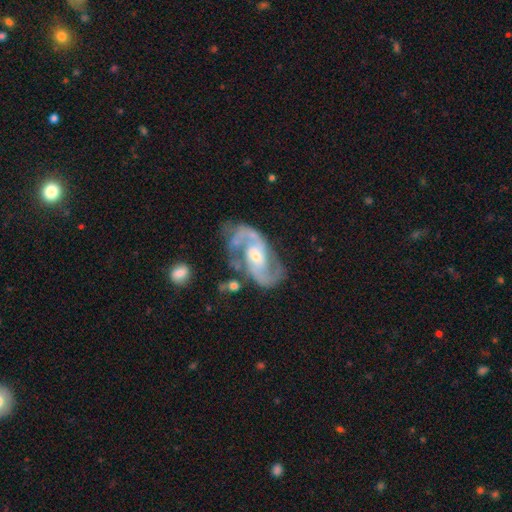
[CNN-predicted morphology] A featured or disk galaxy (91%) with a weak bar (40%), 2 (93%) medium (57%) spiral arms (97%) and a small central bulge (51%).

Vote fractions:
- Smooth or featured? featured or disk: 91% / star or artifact: 5% / smooth: 4%
- Edge-on disk? no: 97% / yes: 3%
- Bar? weak: 40% / no: 38% / strong: 21%
- Spiral arms? yes: 97% / no: 3%
- Spiral winding? medium: 57% / loose: 26% / tight: 16%
- Spiral arm count? 2: 93% / can't tell: 2% / 1: 1% / 3: 1% / 4: 1% / more than 4: 1%
- Bulge size? small: 51% / moderate: 43% / large: 3% / none: 2% / dominant: 1%
- Merging? none: 67% / minor disturbance: 18% / major disturbance: 10% / merger: 5%